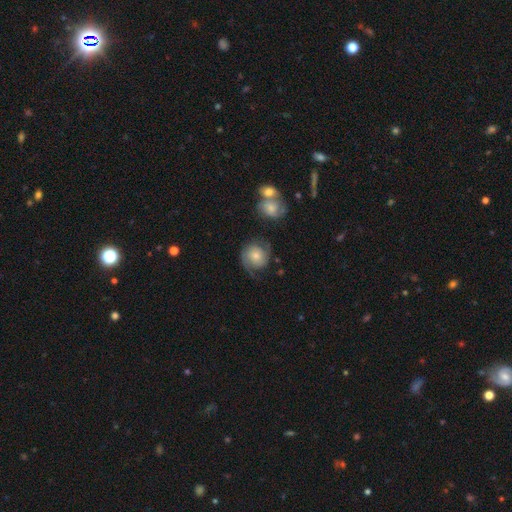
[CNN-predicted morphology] smooth_or_featured: featured or disk (p=0.62) [alt: smooth p=0.31]
disk_edge_on: no (p=0.98) [alt: yes p=0.02]
bar: no (p=0.74) [alt: weak p=0.23]
has_spiral_arms: yes (p=0.92) [alt: no p=0.08]
spiral_winding: tight (p=0.41) [alt: medium p=0.40]
spiral_arm_count: 2 (p=0.77) [alt: can't tell p=0.10]
bulge_size: small (p=0.43) [tied with: moderate p=0.43]
merging: none (p=0.67) [alt: minor disturbance p=0.18]